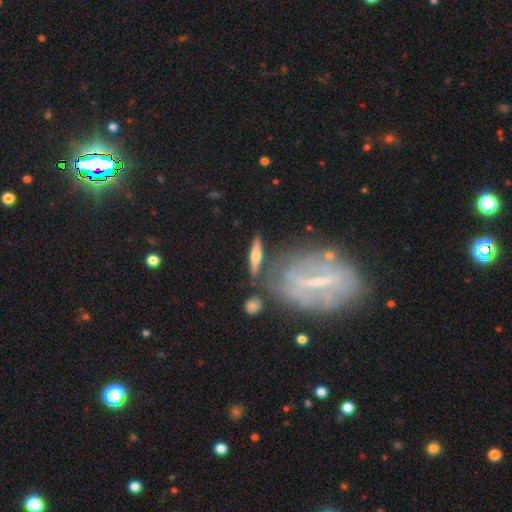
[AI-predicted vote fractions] Smooth or featured?
  - featured or disk: 56% *
  - smooth: 38%
  - star or artifact: 7%
Edge-on disk?
  - yes: 85% *
  - no: 15%
Merging?
  - none: 75% *
  - minor disturbance: 13%
  - merger: 8%
  - major disturbance: 5%